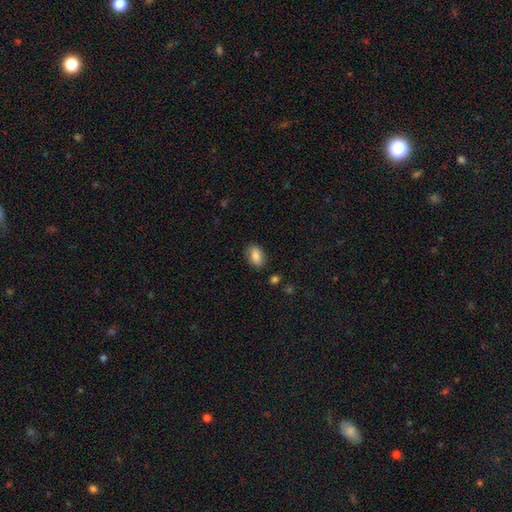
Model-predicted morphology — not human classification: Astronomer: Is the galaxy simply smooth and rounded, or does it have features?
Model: smooth — 83%.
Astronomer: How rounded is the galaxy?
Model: in between — 88%.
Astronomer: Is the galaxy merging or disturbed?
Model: none — 85%.